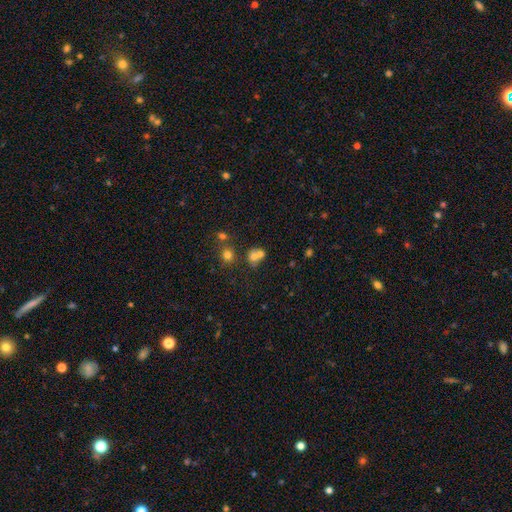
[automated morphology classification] Smooth or featured? smooth (66%)
How rounded? round (73%)
Merging? merger (53%)